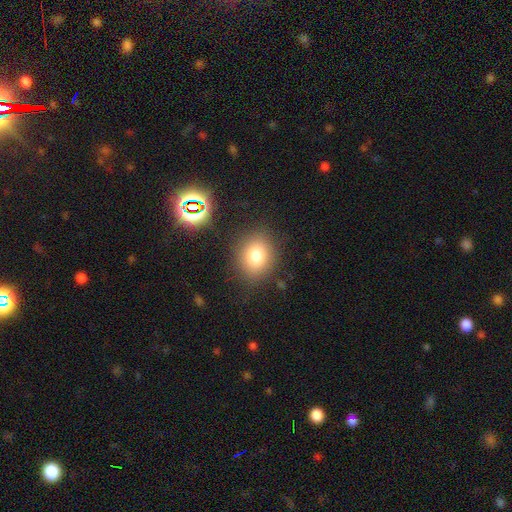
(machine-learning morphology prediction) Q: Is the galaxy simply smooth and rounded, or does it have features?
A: smooth — 78%.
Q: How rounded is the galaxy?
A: round — 59%.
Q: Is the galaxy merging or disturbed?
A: none — 83%.